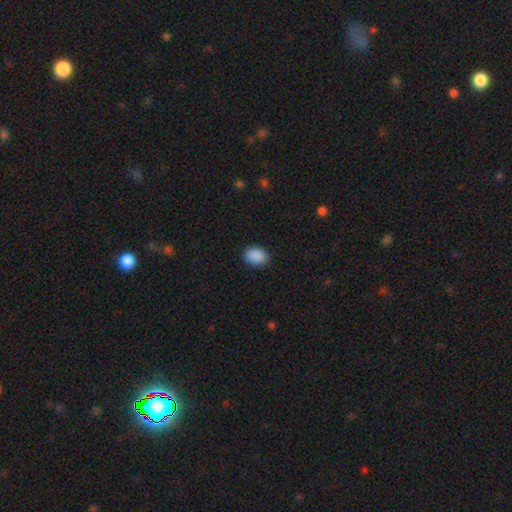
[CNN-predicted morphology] The model was most divided on "how rounded": in between: 71%, round: 28%, cigar-shaped: 1%. More confident: smooth or featured — smooth (90%); merging — none (87%).